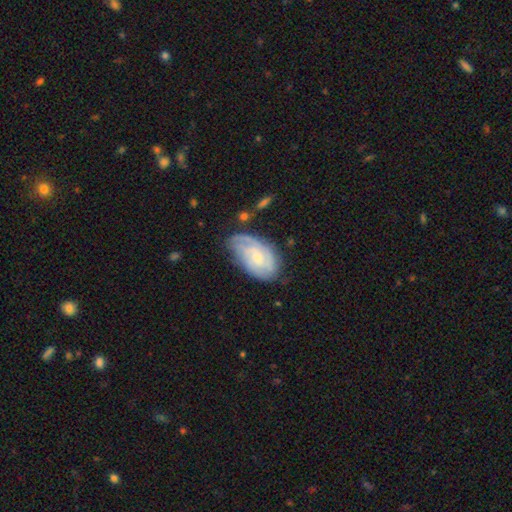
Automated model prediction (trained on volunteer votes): The model was most divided on "spiral arm count": can't tell: 41%, 2: 26%, 3: 18%, 4: 6%, 1: 5%, more than 4: 3%. More confident: edge-on disk — no (96%); spiral arms — yes (90%); smooth or featured — featured or disk (71%); bar — no (65%); spiral winding — tight (60%); merging — none (60%); bulge size — small (58%).